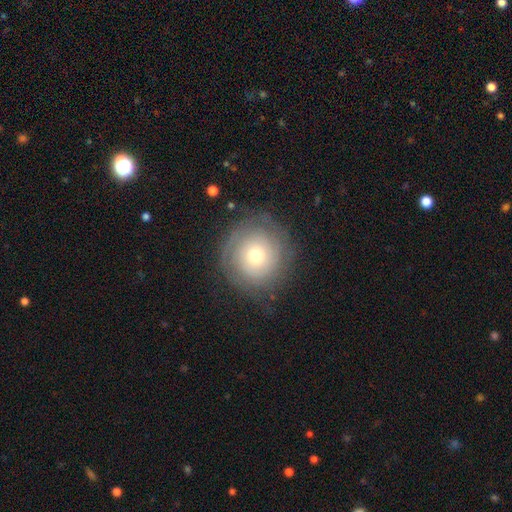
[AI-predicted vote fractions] This appears to be a featured or disk galaxy (48%). Merging: none (77%).